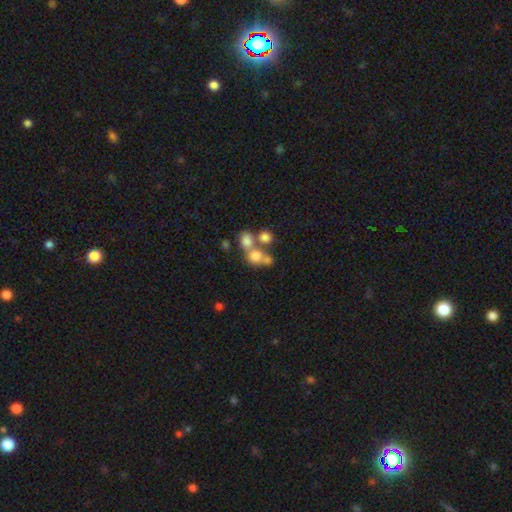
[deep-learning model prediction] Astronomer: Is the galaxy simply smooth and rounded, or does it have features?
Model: smooth — 68%.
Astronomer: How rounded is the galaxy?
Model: round — 71%.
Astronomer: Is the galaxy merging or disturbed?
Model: merger — 50% (runner-up: none, 36%).